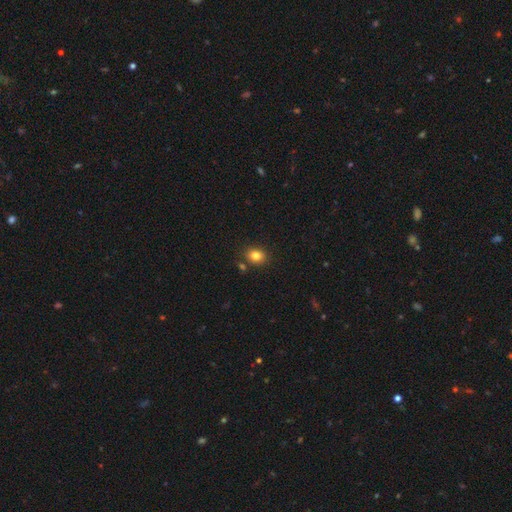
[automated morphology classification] type=smooth (82%); roundness=round (54%); merging=none (82%).